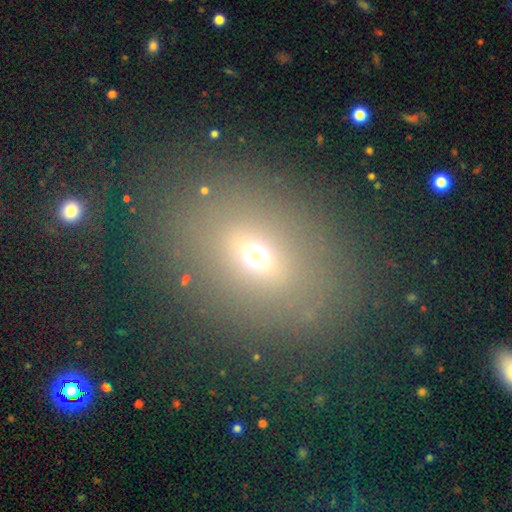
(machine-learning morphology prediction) Smooth or featured? smooth (61%)
How rounded? in between (59%)
Merging? none (79%)